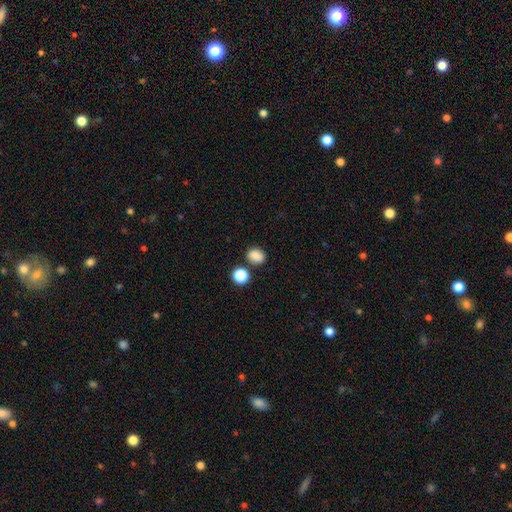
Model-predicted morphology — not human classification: This appears to be a smooth galaxy with no disk features (85%) that is in between round and cigar-shaped (55%). Merging: none (77%).